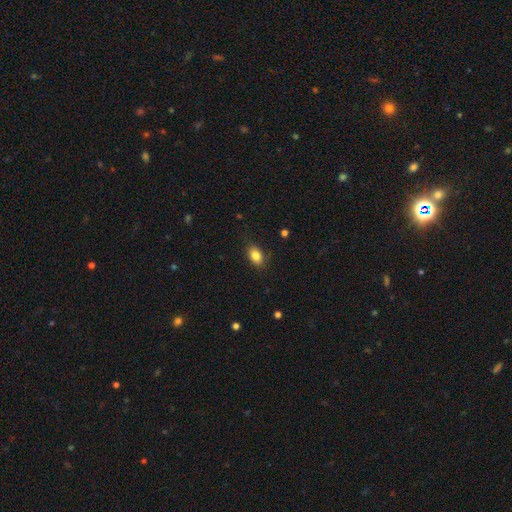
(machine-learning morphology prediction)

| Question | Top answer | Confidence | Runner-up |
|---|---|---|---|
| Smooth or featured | smooth | 85% | star or artifact (9%) |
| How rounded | in between | 85% | round (14%) |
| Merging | none | 85% | minor disturbance (11%) |